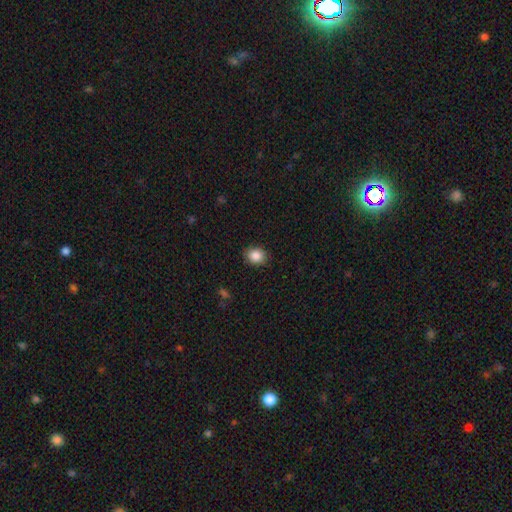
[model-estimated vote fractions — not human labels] Overall: smooth (87%). How rounded: round (59%; in between 40%). Merging: none (88%).